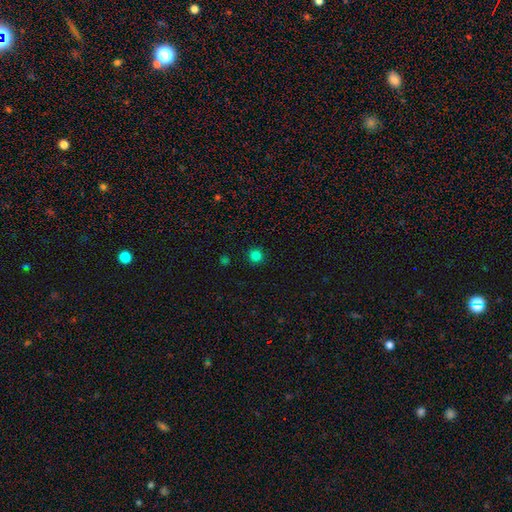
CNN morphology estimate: This is clearly a smooth galaxy (82%). How rounded: clearly round (95%). Merging: clearly none (92%).